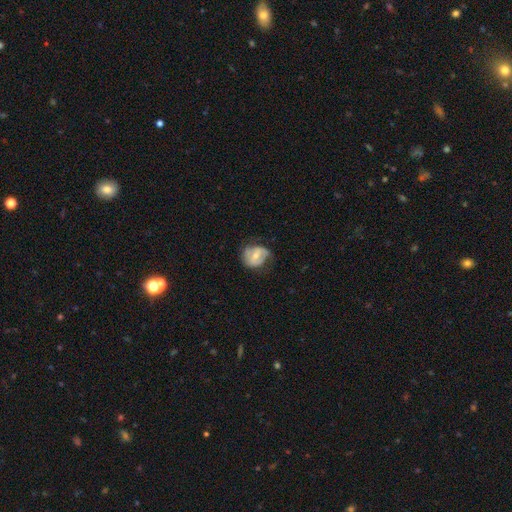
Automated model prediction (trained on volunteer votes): Smooth or featured?
  - featured or disk: 54% *
  - smooth: 39%
  - star or artifact: 7%
Edge-on disk?
  - no: 96% *
  - yes: 4%
Bar?
  - weak: 40% * (tied)
  - no: 40% * (tied)
  - strong: 20%
Spiral arms?
  - yes: 64% *
  - no: 36%
Bulge size?
  - moderate: 54% *
  - small: 41%
  - none: 2%
  - large: 2%
  - dominant: 1%
Merging?
  - none: 54% *
  - minor disturbance: 30%
  - major disturbance: 15%
  - merger: 1%